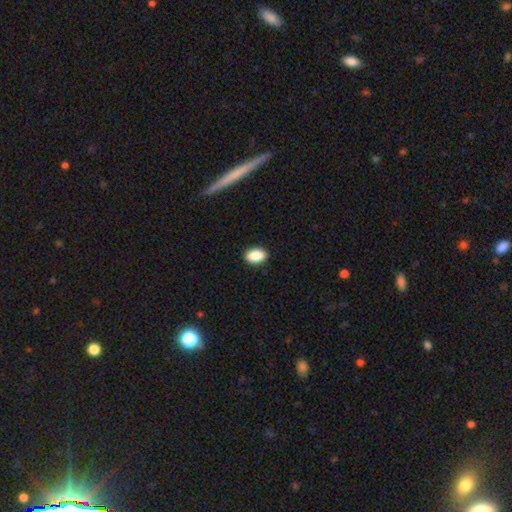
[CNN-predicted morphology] Smooth or featured: smooth — 87% (star or artifact — 8%)
How rounded: in between — 88% (round — 10%)
Merging: none — 90% (minor disturbance — 7%)